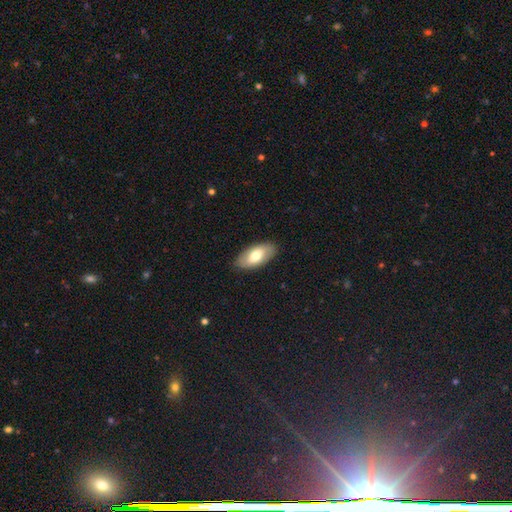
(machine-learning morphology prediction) Smooth or featured: smooth — 67% (featured or disk — 28%)
How rounded: in between — 92% (cigar-shaped — 5%)
Merging: none — 87% (minor disturbance — 10%)